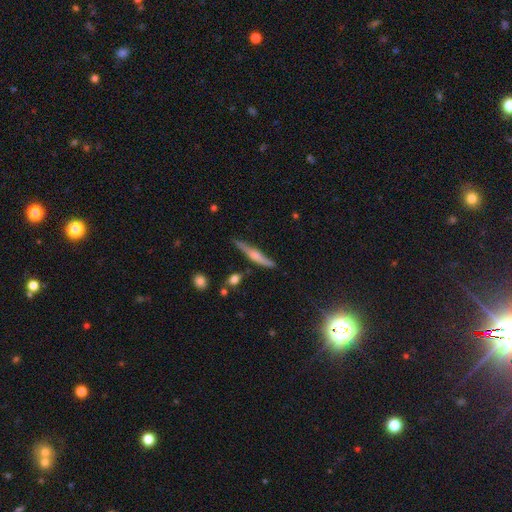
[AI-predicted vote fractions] featured or disk 53%, smooth 40%, star or artifact 7%. Down the decision tree: edge-on disk — yes (93%); merging — none (71%).